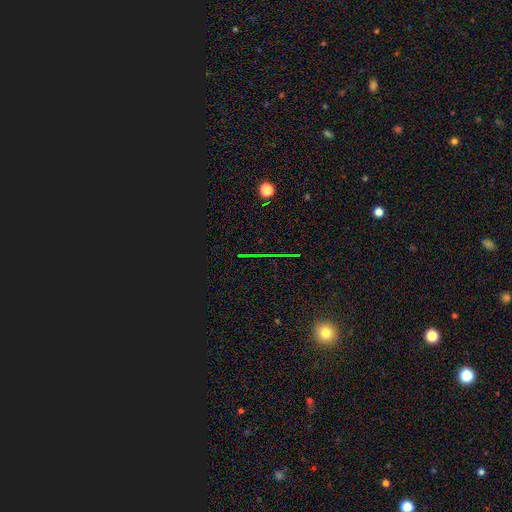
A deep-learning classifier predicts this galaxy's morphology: Smooth or featured: star or artifact — 80% (smooth — 10%)